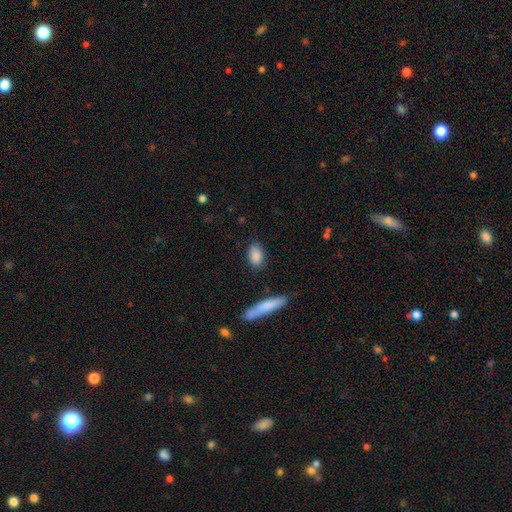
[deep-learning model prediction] Smooth or featured? Predicted: smooth (p=0.87). How rounded? Predicted: in between (p=0.86). Merging? Predicted: none (p=0.80).